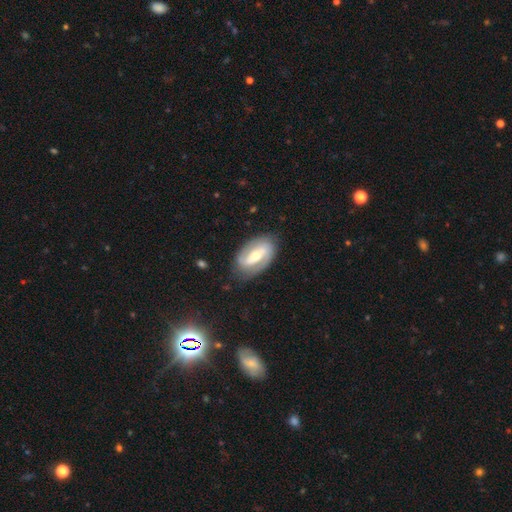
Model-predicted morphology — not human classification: Smooth or featured?
  - featured or disk: 73% *
  - smooth: 22%
  - star or artifact: 5%
Edge-on disk?
  - no: 94% *
  - yes: 6%
Bar?
  - strong: 46% *
  - weak: 33%
  - no: 21%
Spiral arms?
  - yes: 79% *
  - no: 21%
Spiral winding?
  - medium: 39% *
  - tight: 31%
  - loose: 30%
Spiral arm count?
  - 2: 83% *
  - can't tell: 10%
  - 1: 4%
  - 3: 1%
  - 4: 1%
  - more than 4: 1%
Bulge size?
  - moderate: 61% *
  - small: 32%
  - large: 5%
  - dominant: 1%
  - none: 1%
Merging?
  - none: 78% *
  - minor disturbance: 15%
  - major disturbance: 5%
  - merger: 1%